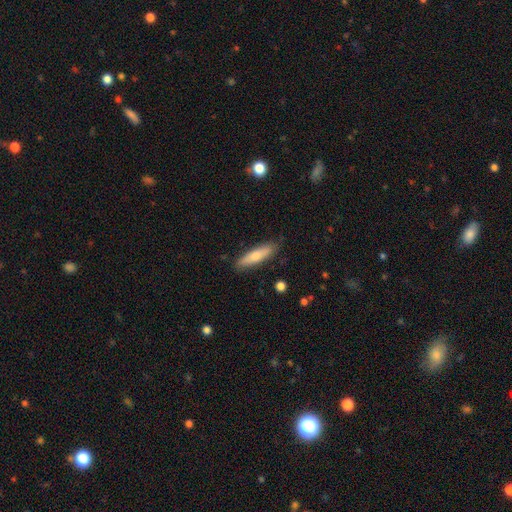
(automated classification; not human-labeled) This is likely a smooth galaxy (69%). How rounded: likely cigar-shaped (72%). Merging: clearly none (84%).